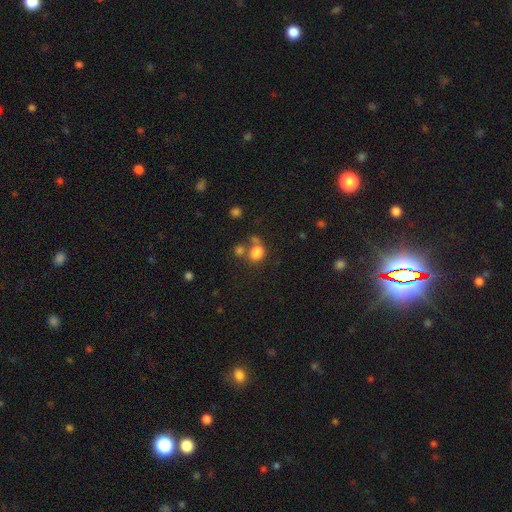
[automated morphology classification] This appears to be a smooth galaxy with no disk features (49%). Merging: none (57%).